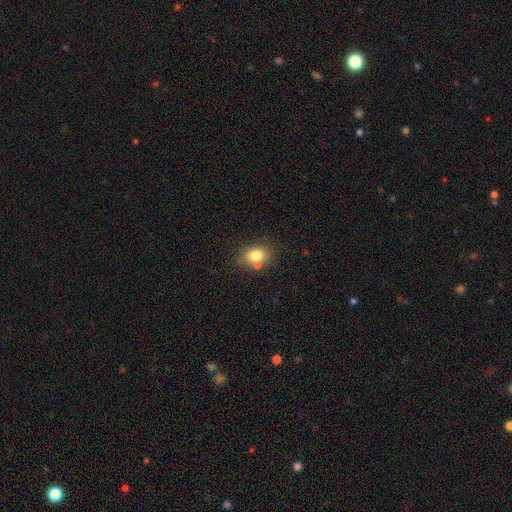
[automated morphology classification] This is likely a smooth galaxy (79%). How rounded: likely in between (64%). Merging: likely none (65%).